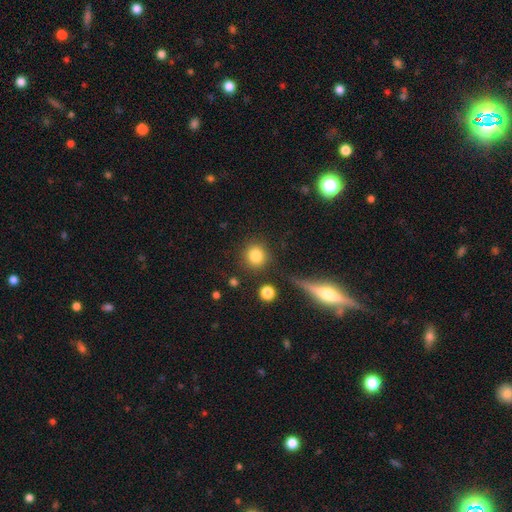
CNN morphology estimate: This appears to be a smooth galaxy with no disk features (83%) that is round (90%). Merging: none (84%).